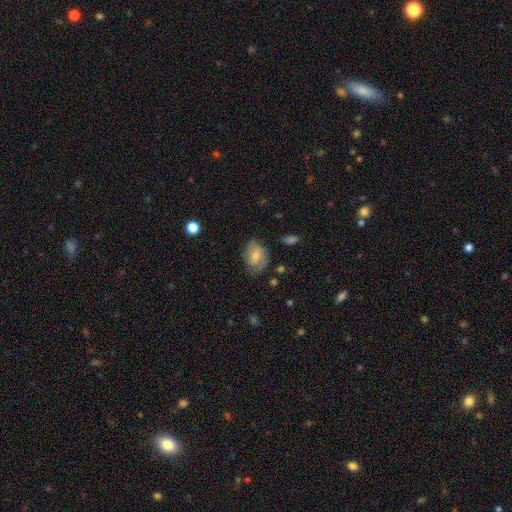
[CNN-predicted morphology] This appears to be a smooth galaxy with no disk features (54%) that is in between round and cigar-shaped (65%). Merging: none (55%).